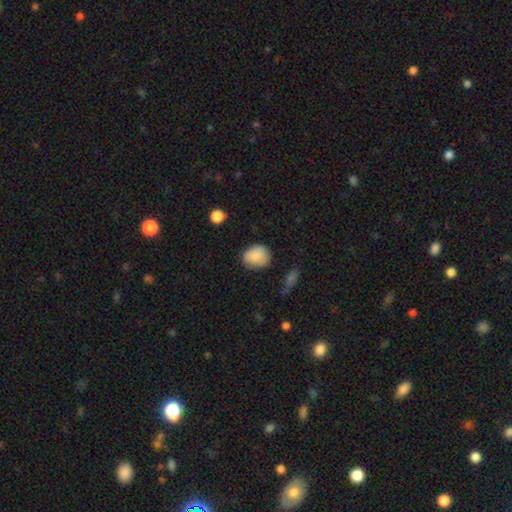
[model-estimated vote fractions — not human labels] Smooth or featured? Predicted: smooth (p=0.84). How rounded? Predicted: round (p=0.61). Merging? Predicted: none (p=0.73).